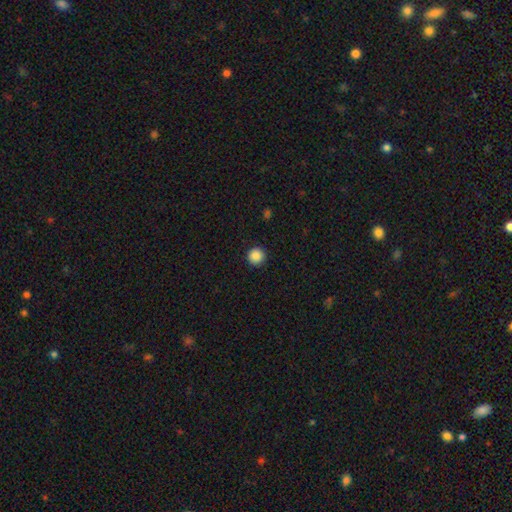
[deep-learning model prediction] Smooth or featured?
  - smooth: 88% *
  - star or artifact: 10%
  - featured or disk: 3%
How rounded?
  - round: 96% *
  - in between: 3%
  - cigar-shaped: 1%
Merging?
  - none: 93% *
  - minor disturbance: 5%
  - major disturbance: 2%
  - merger: 1%